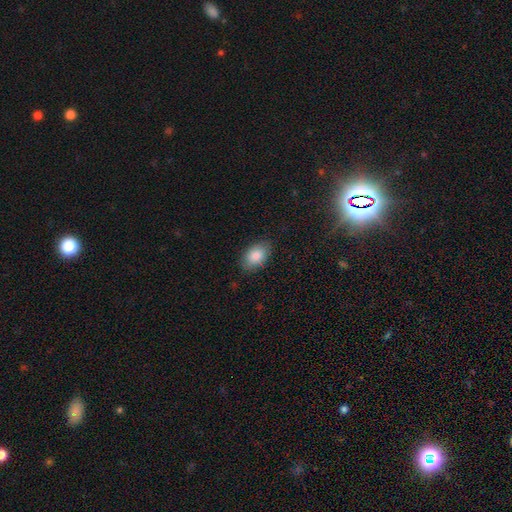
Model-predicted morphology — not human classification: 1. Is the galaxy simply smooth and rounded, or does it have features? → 85% smooth, 8% featured or disk, 7% star or artifact.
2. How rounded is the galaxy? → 89% in between, 10% round, 1% cigar-shaped.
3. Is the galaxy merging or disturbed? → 84% none, 12% minor disturbance, 3% major disturbance, 1% merger.